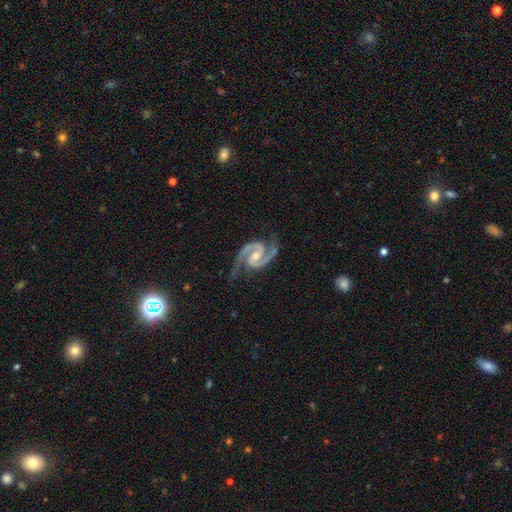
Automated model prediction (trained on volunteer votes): Q: Smooth or featured?
A: featured or disk (95%); runner-up: star or artifact (3%)
Q: Edge-on disk?
A: no (98%); runner-up: yes (2%)
Q: Bar?
A: weak (45%); runner-up: no (35%)
Q: Spiral arms?
A: yes (99%); runner-up: no (1%)
Q: Spiral winding?
A: medium (64%); runner-up: tight (26%)
Q: Spiral arm count?
A: 2 (94%); runner-up: 3 (2%)
Q: Bulge size?
A: moderate (52%); runner-up: small (41%)
Q: Merging?
A: none (74%); runner-up: minor disturbance (18%)